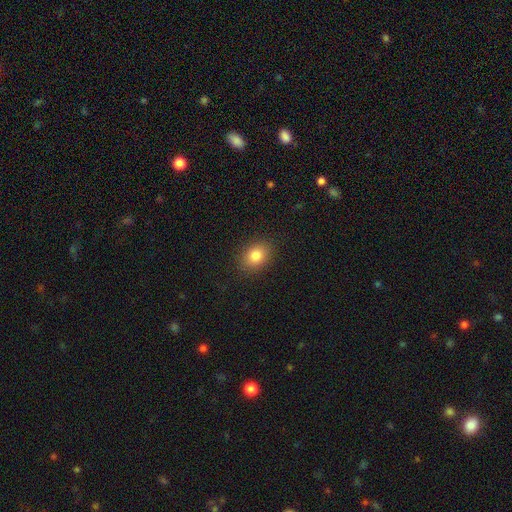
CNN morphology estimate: Smooth or featured?
  - smooth: 83% *
  - star or artifact: 10%
  - featured or disk: 7%
How rounded?
  - in between: 65% *
  - round: 33%
  - cigar-shaped: 1%
Merging?
  - none: 87% *
  - minor disturbance: 9%
  - major disturbance: 3%
  - merger: 1%